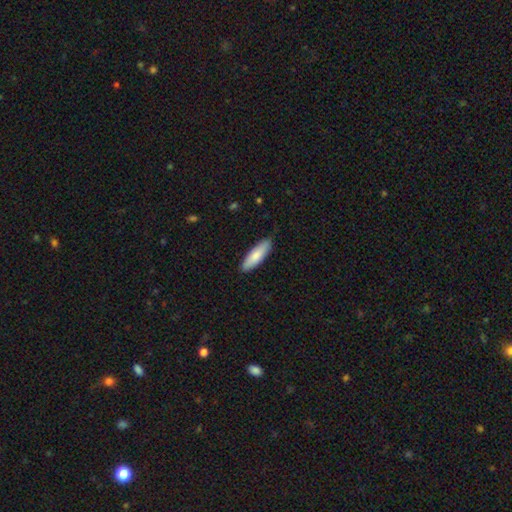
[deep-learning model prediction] A smooth galaxy with no disk features (82%) that is in between round and cigar-shaped (50%).

Vote fractions:
- Smooth or featured? smooth: 82% / featured or disk: 13% / star or artifact: 5%
- How rounded? in between: 50% / cigar-shaped: 48% / round: 1%
- Merging? none: 87% / minor disturbance: 11% / major disturbance: 2% / merger: 1%